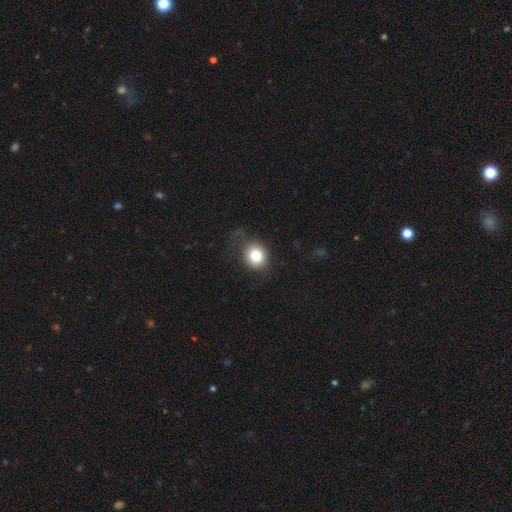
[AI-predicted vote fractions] This is likely a smooth galaxy (80%). How rounded: clearly round (81%). Merging: likely none (73%).